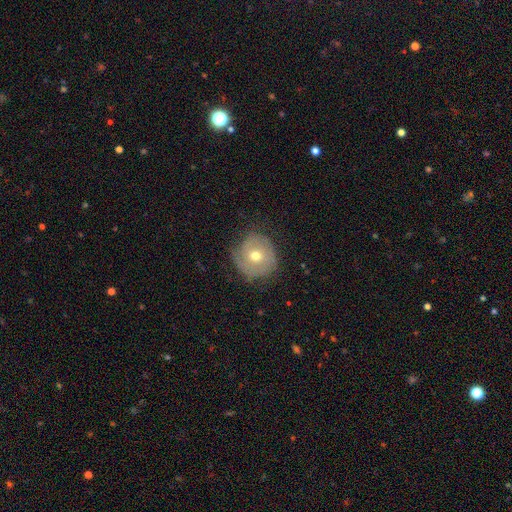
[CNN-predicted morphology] Smooth or featured: smooth — 46% (featured or disk — 45%)
Merging: none — 67% (minor disturbance — 23%)